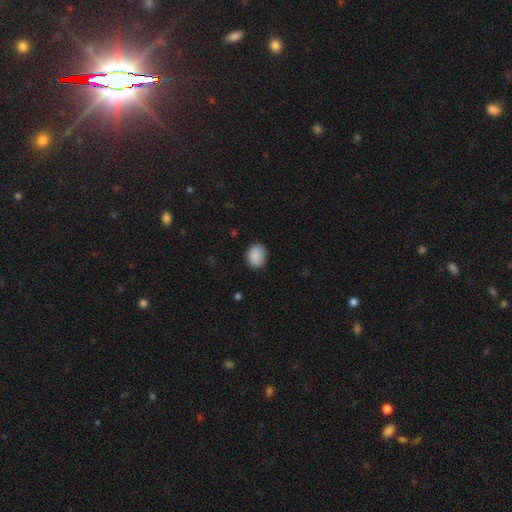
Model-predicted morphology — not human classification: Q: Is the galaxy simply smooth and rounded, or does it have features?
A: smooth — 90%.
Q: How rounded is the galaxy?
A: round — 55%.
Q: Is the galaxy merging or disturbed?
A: none — 86%.